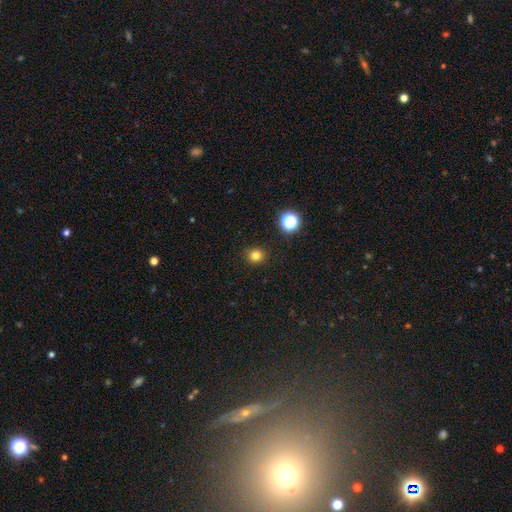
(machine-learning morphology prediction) Q: Smooth or featured?
A: smooth (79%); runner-up: star or artifact (15%)
Q: How rounded?
A: round (87%); runner-up: in between (12%)
Q: Merging?
A: none (90%); runner-up: minor disturbance (6%)